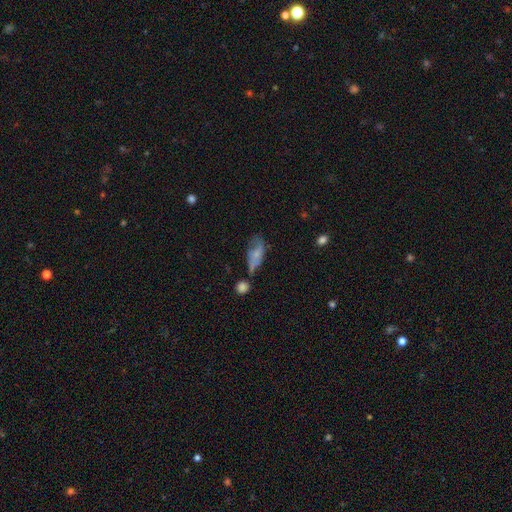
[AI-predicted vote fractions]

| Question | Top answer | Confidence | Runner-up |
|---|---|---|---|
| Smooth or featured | smooth | 60% | featured or disk (31%) |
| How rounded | in between | 78% | cigar-shaped (18%) |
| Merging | none | 35% | minor disturbance (33%) |